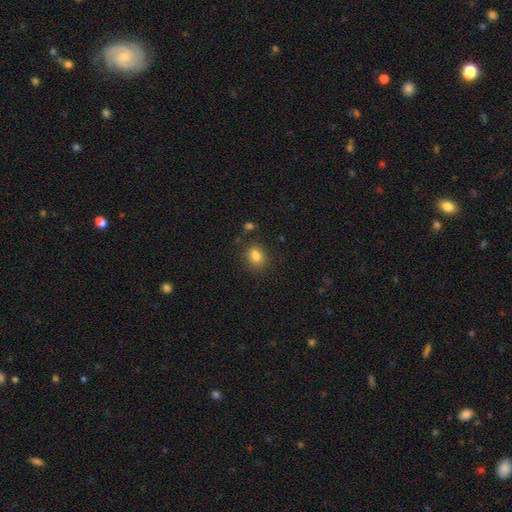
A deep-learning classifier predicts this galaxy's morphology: Q: Smooth or featured?
A: smooth (83%); runner-up: star or artifact (11%)
Q: How rounded?
A: in between (60%); runner-up: round (38%)
Q: Merging?
A: none (77%); runner-up: minor disturbance (13%)